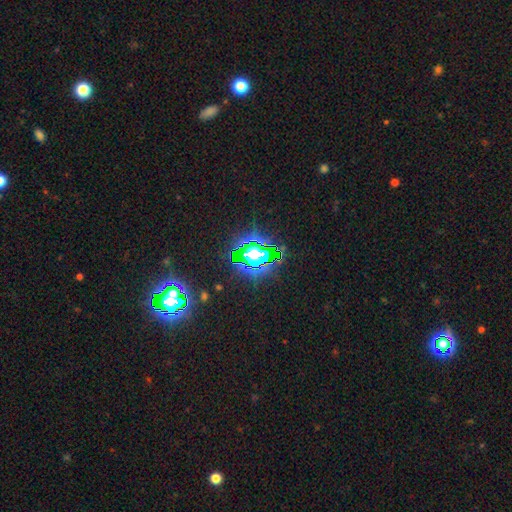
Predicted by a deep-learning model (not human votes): Smooth or featured: star or artifact — 68% (smooth — 20%)